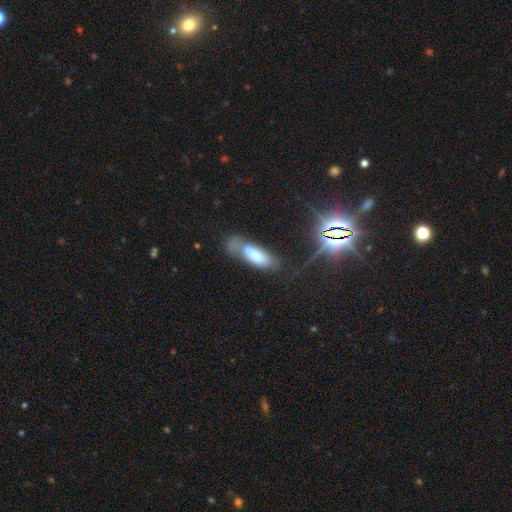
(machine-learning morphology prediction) type=smooth (65%); roundness=in between (66%); merging=none (36%).